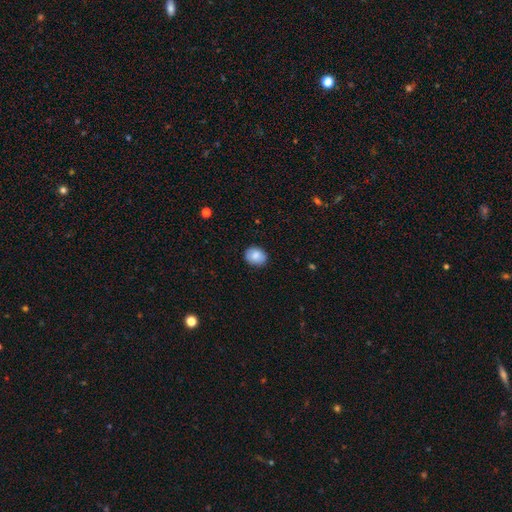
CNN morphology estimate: This appears to be a smooth galaxy with no disk features (84%) that is in between round and cigar-shaped (52%). Merging: none (86%).